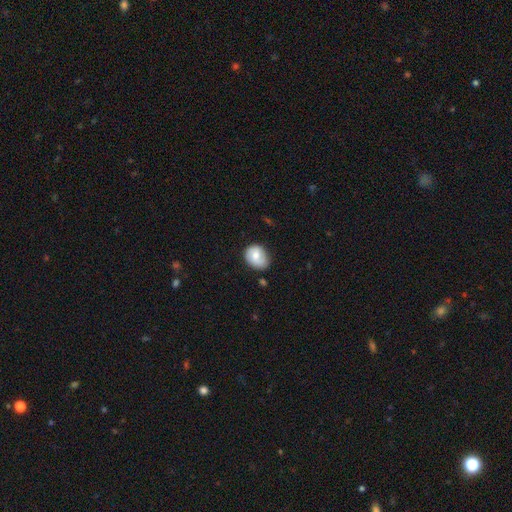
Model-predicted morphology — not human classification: This is likely a smooth galaxy (67%). How rounded: possibly round (53%). Merging: likely none (63%).